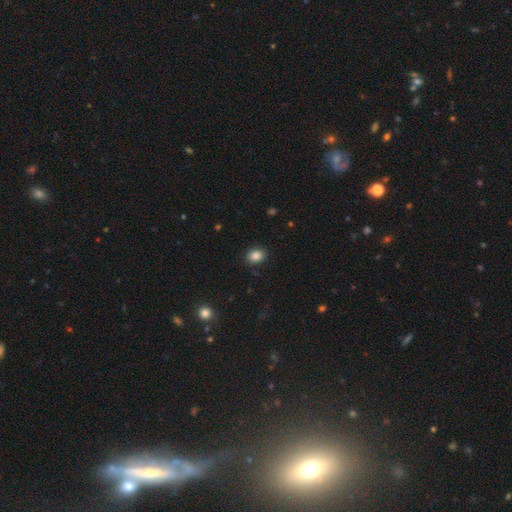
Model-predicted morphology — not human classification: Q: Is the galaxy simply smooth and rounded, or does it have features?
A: smooth — 86%.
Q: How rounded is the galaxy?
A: in between — 58%.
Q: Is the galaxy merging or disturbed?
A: none — 88%.